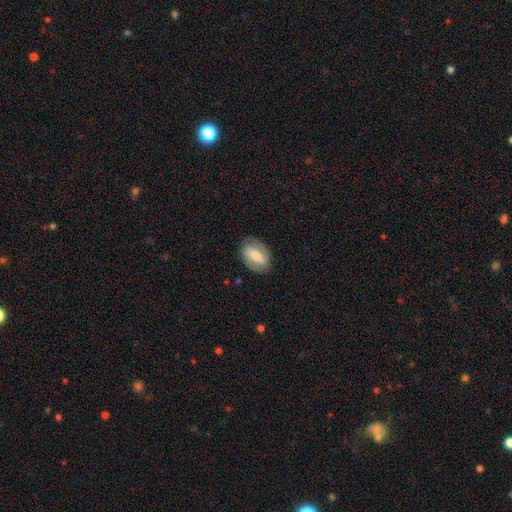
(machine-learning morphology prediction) Smooth or featured? Predicted: featured or disk (p=0.54). Edge-on disk? Predicted: no (p=0.92). Merging? Predicted: none (p=0.81).